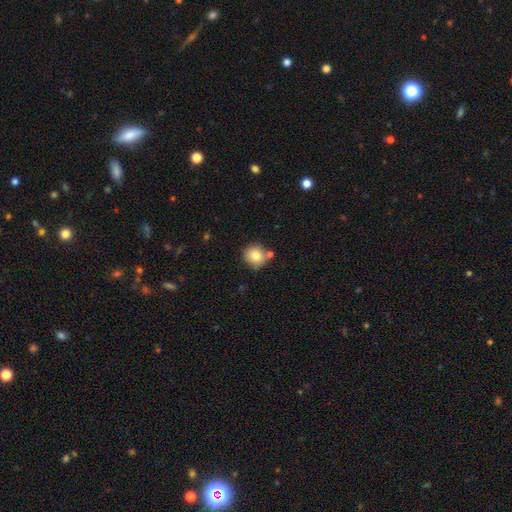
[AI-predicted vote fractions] Morphology: type=smooth (78%); roundness=round (91%); merging=none (71%).